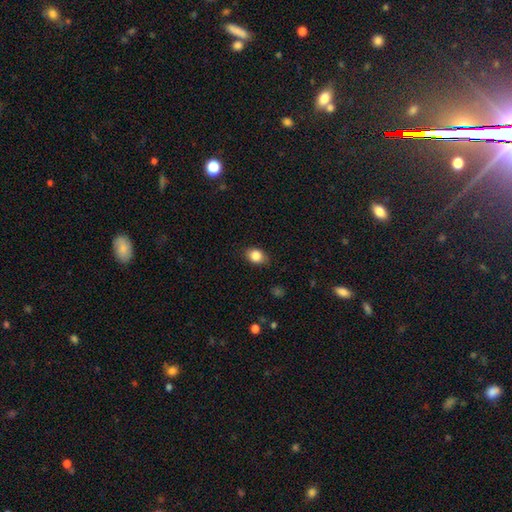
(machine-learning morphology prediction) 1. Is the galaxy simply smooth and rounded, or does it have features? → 86% smooth, 9% star or artifact, 6% featured or disk.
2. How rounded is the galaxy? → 68% in between, 31% round, 1% cigar-shaped.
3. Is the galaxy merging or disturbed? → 84% none, 13% minor disturbance, 3% major disturbance, 1% merger.